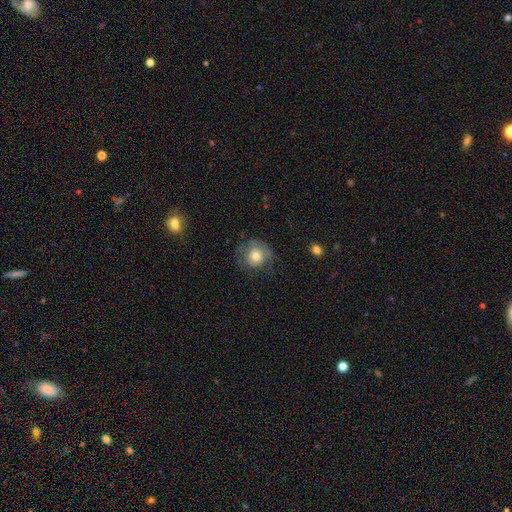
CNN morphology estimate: Smooth or featured? Predicted: smooth (p=0.66). How rounded? Predicted: round (p=0.84). Merging? Predicted: none (p=0.57).